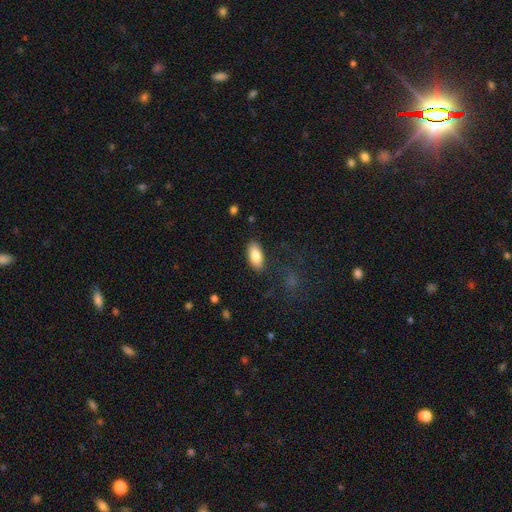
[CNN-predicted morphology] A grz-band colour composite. It shows a smooth galaxy with no disk features (83%) that is in between round and cigar-shaped (91%). Merging: none (85%).